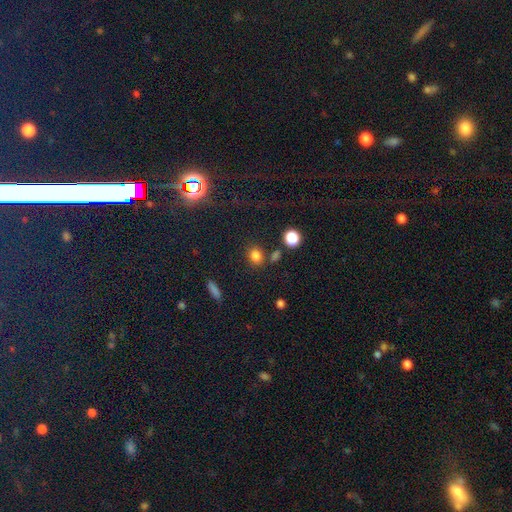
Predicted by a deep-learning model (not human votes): The model was most divided on "how rounded": round: 59%, in between: 39%, cigar-shaped: 2%. More confident: smooth or featured — smooth (79%); merging — none (76%).